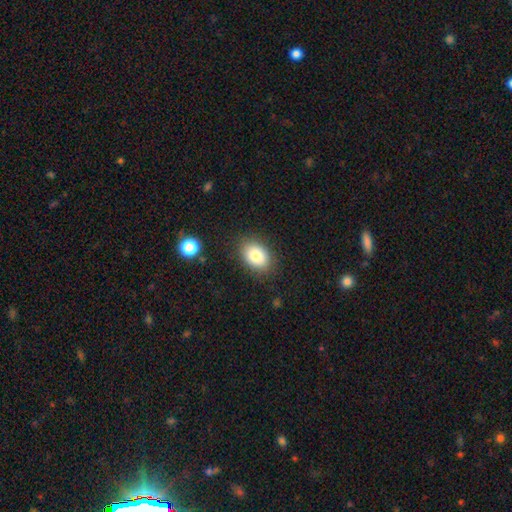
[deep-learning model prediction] Q: Smooth or featured?
A: smooth (82%); runner-up: featured or disk (9%)
Q: How rounded?
A: in between (77%); runner-up: round (22%)
Q: Merging?
A: none (85%); runner-up: minor disturbance (10%)